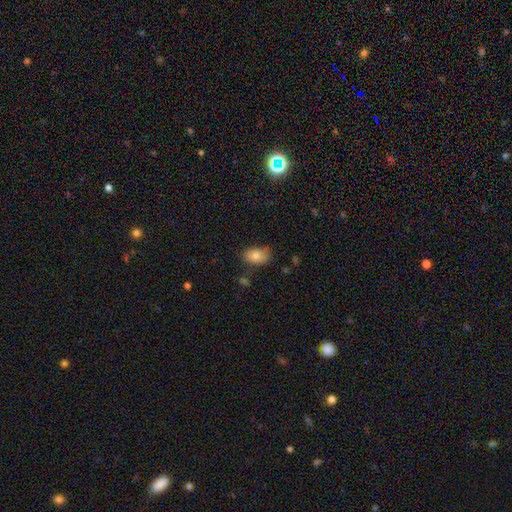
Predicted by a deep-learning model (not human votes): A smooth galaxy with no disk features (82%) that is in between round and cigar-shaped (85%). Merging: none (75%).